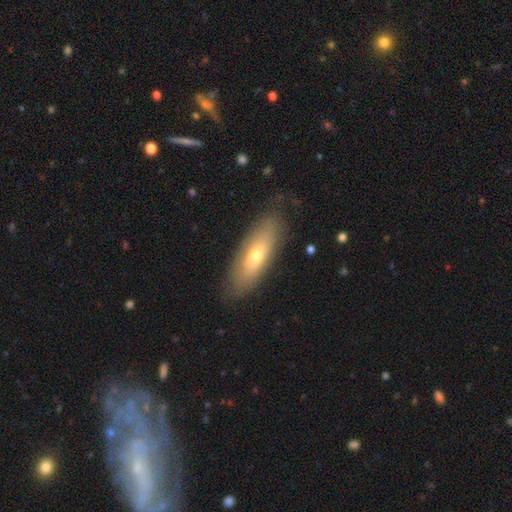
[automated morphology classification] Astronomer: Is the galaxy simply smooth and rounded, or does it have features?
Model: smooth — 62%.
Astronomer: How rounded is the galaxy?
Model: in between — 65%.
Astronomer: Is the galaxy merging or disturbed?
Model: none — 79%.